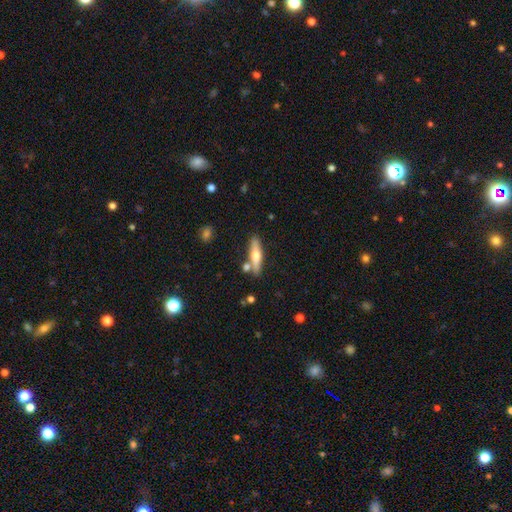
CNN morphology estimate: Overall: smooth (50%; featured or disk 44%). Merging: none (77%).